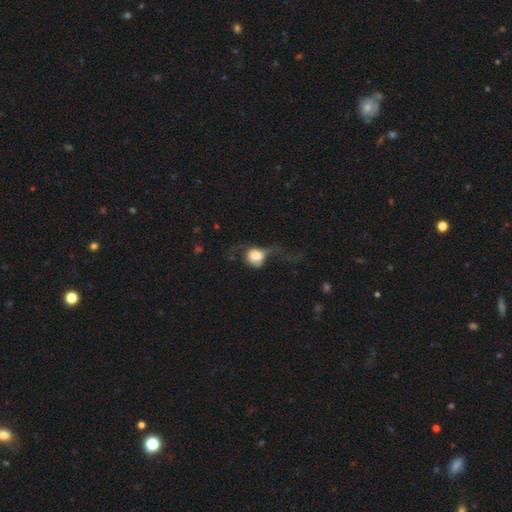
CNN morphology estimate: Smooth or featured? smooth (62%)
How rounded? round (68%)
Merging? major disturbance (57%)